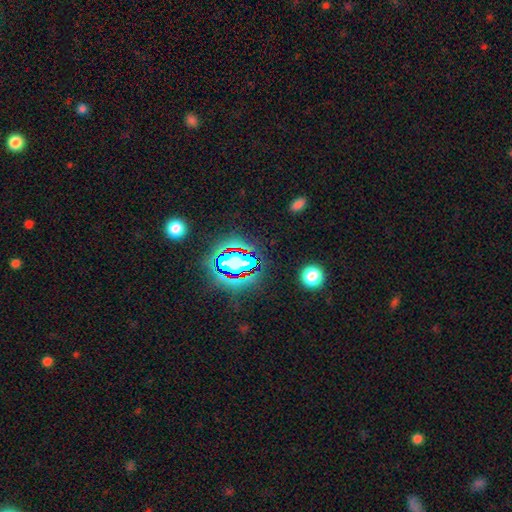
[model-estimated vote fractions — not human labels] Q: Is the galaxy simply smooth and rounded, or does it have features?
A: star or artifact — 80%.